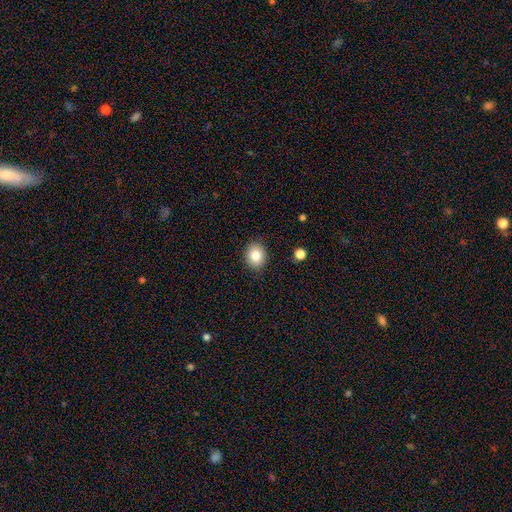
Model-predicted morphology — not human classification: smooth_or_featured: smooth (p=0.83) [alt: star or artifact p=0.09]
how_rounded: round (p=0.60) [alt: in between p=0.39]
merging: none (p=0.88) [alt: minor disturbance p=0.09]